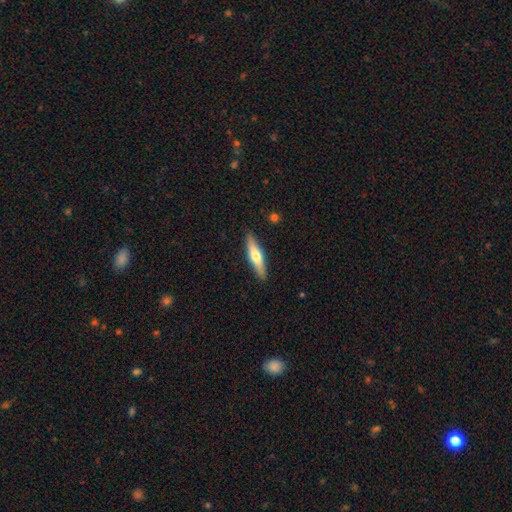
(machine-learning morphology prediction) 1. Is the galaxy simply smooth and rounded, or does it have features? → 49% smooth, 46% featured or disk, 6% star or artifact.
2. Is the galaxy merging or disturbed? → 89% none, 8% minor disturbance, 2% major disturbance, 1% merger.